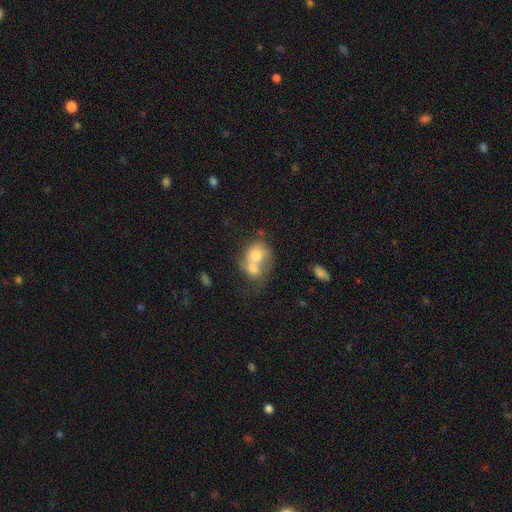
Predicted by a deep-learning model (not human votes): Q: Smooth or featured?
A: smooth (66%); runner-up: featured or disk (25%)
Q: How rounded?
A: round (51%); runner-up: in between (48%)
Q: Merging?
A: merger (74%); runner-up: none (14%)